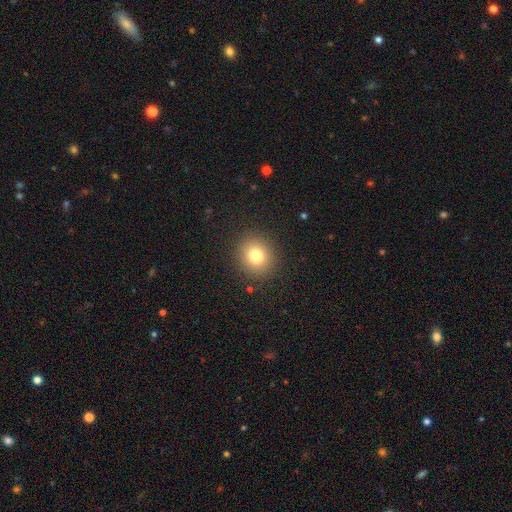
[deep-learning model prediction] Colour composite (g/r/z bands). It shows a smooth galaxy with no disk features (79%) that is round (82%). Merging: none (89%).